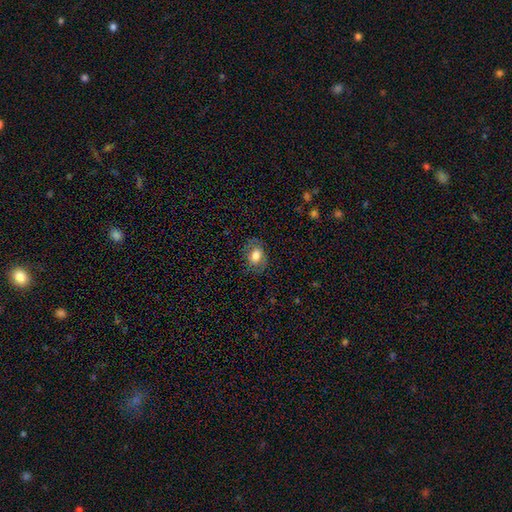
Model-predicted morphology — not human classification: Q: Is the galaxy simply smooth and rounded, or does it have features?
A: smooth — 73%.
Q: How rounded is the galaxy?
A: in between — 67%.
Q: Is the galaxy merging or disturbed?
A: none — 78%.